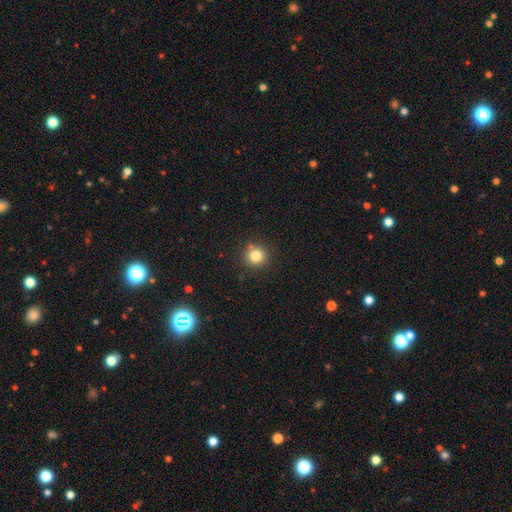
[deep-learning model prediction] A smooth galaxy with no disk features (81%) that is round (93%). Merging: none (85%).